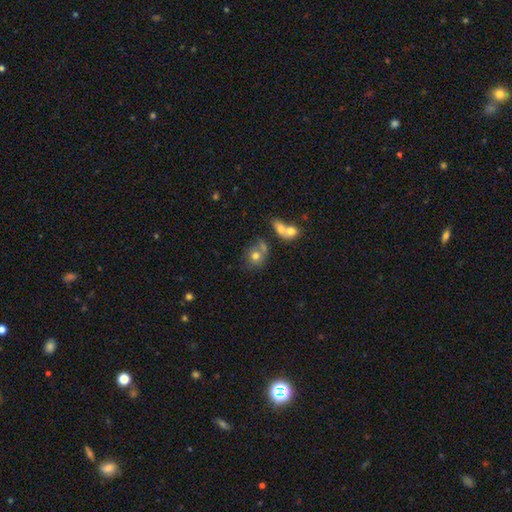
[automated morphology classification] Smooth or featured? smooth (71%)
How rounded? round (76%)
Merging? none (48%)